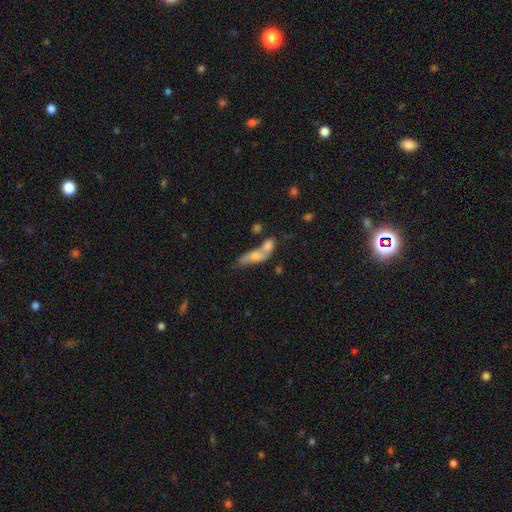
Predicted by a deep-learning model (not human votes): Smooth or featured? Predicted: smooth (p=0.56). How rounded? Predicted: in between (p=0.55). Merging? Predicted: merger (p=0.52).